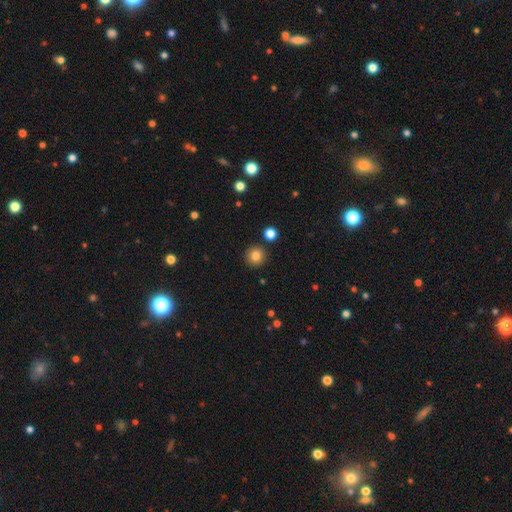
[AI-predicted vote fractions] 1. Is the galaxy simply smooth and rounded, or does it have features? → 82% smooth, 11% star or artifact, 6% featured or disk.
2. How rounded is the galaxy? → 94% round, 5% in between, 1% cigar-shaped.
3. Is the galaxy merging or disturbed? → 90% none, 5% minor disturbance, 3% merger, 2% major disturbance.